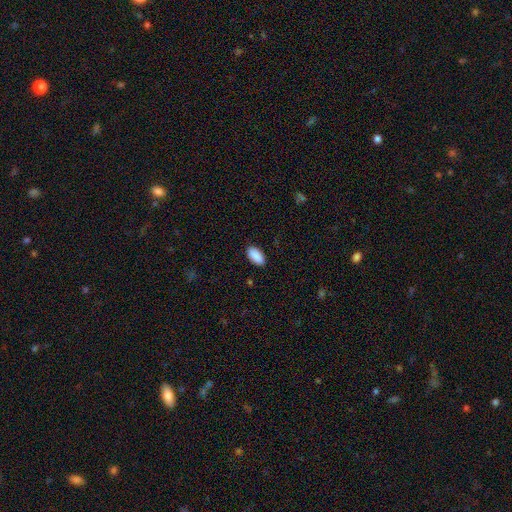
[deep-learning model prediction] smooth_or_featured: smooth (p=0.91) [alt: star or artifact p=0.06]
how_rounded: in between (p=0.95) [alt: round p=0.03]
merging: none (p=0.89) [alt: minor disturbance p=0.08]